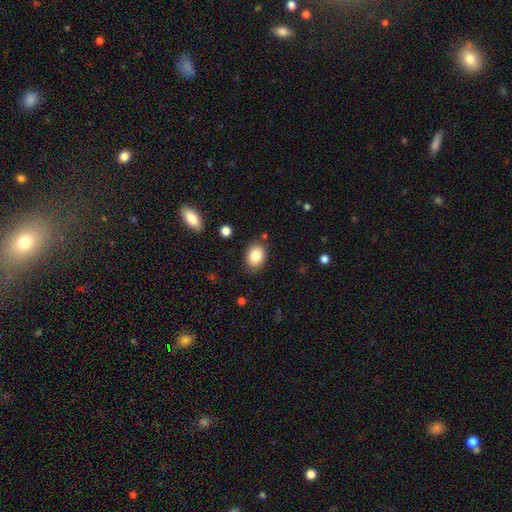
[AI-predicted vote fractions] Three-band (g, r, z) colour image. It shows a smooth galaxy with no disk features (84%) that is in between round and cigar-shaped (72%). Merging: none (84%).